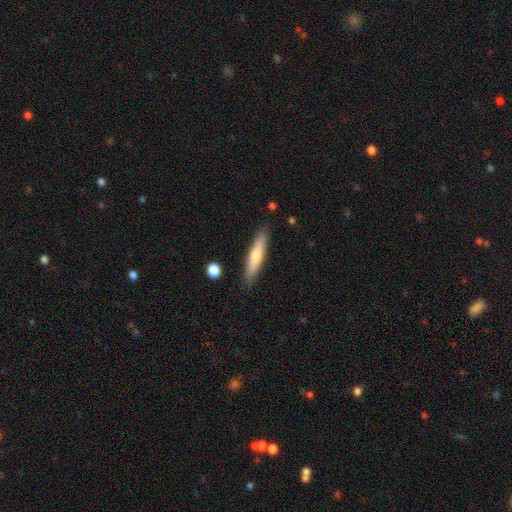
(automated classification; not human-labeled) This is likely a smooth galaxy (61%). How rounded: clearly cigar-shaped (86%). Merging: clearly none (88%).